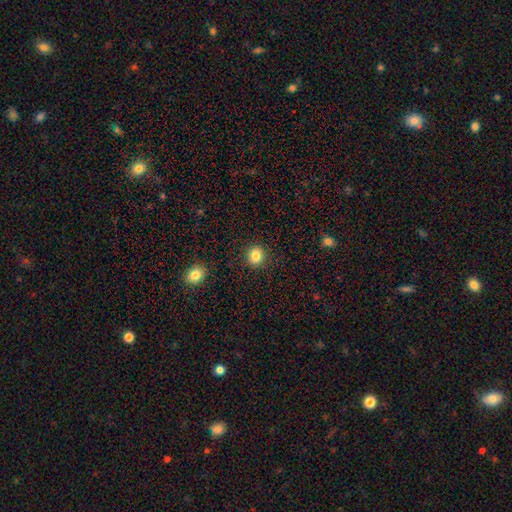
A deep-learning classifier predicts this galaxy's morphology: smooth-or-featured: smooth: 85% | star or artifact: 10% | featured or disk: 5%
  how-rounded: round: 86% | in between: 13% | cigar-shaped: 1%
  merging: none: 91% | minor disturbance: 6% | major disturbance: 2% | merger: 1%